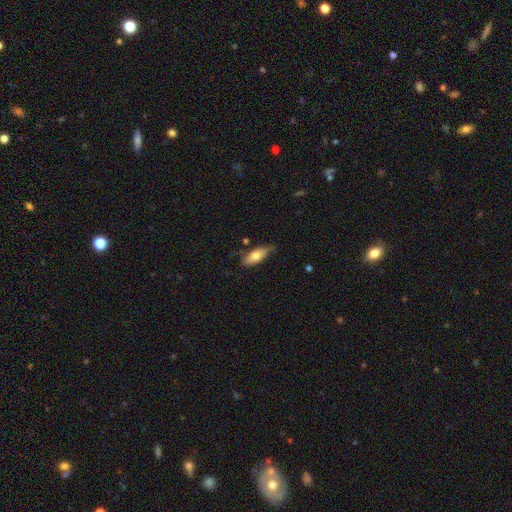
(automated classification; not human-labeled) A smooth galaxy with no disk features (71%) that is in between round and cigar-shaped (73%).

Vote fractions:
- Smooth or featured? smooth: 71% / featured or disk: 23% / star or artifact: 6%
- How rounded? in between: 73% / cigar-shaped: 25% / round: 2%
- Merging? none: 66% / minor disturbance: 25% / major disturbance: 5% / merger: 3%